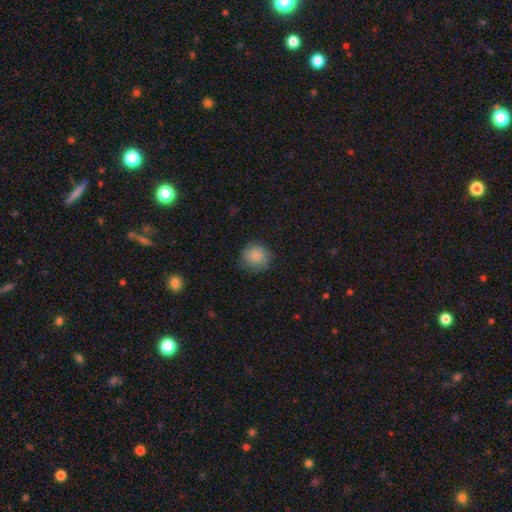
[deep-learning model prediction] Smooth or featured?
  - smooth: 84% *
  - featured or disk: 8%
  - star or artifact: 8%
How rounded?
  - round: 90% *
  - in between: 9%
  - cigar-shaped: 1%
Merging?
  - none: 80% *
  - minor disturbance: 15%
  - major disturbance: 4%
  - merger: 1%